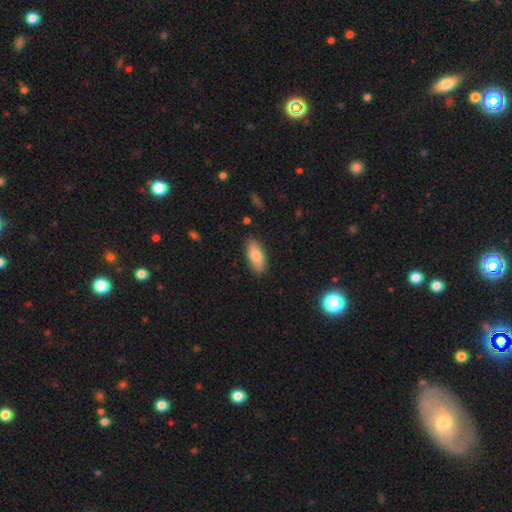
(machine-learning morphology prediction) The model was most divided on "smooth or featured": smooth: 79%, featured or disk: 15%, star or artifact: 6%. More confident: how rounded — in between (87%); merging — none (85%).